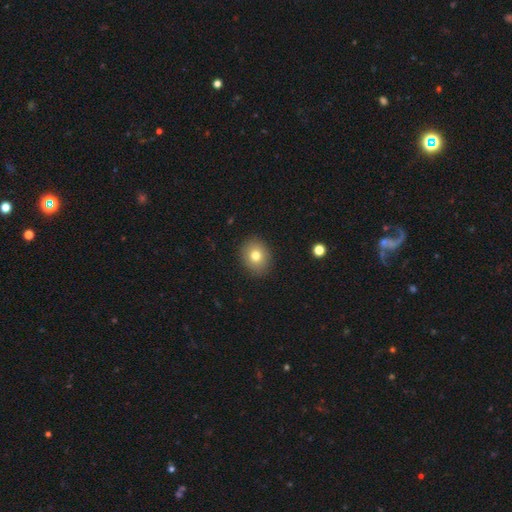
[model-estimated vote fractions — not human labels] Smooth or featured: smooth — 77% (featured or disk — 12%)
How rounded: round — 62% (in between — 37%)
Merging: none — 89% (minor disturbance — 8%)